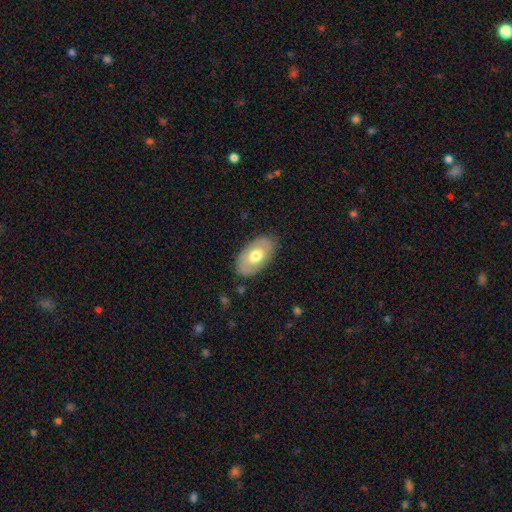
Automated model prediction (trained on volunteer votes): A smooth galaxy with no disk features (55%) that is in between round and cigar-shaped (92%). Merging: none (83%).